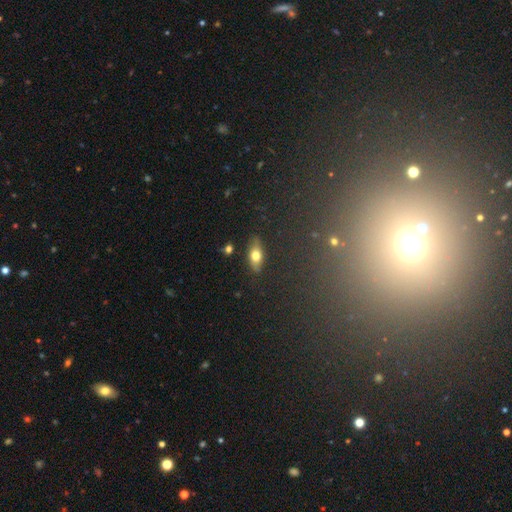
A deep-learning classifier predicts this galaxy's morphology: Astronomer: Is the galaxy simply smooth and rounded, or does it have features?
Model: smooth — 68%.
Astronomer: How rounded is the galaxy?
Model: in between — 80%.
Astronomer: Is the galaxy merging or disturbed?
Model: none — 84%.